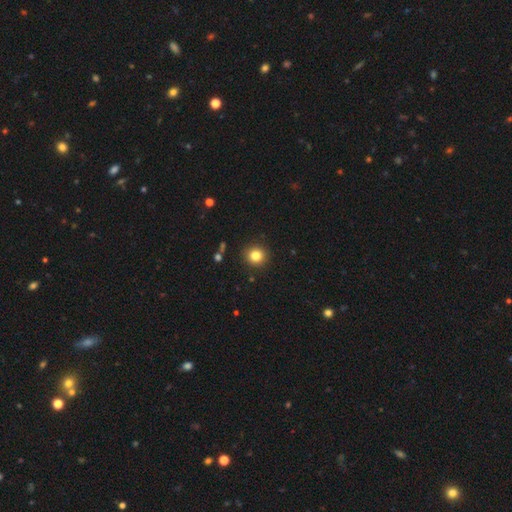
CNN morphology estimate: smooth_or_featured: smooth (p=0.82) [alt: star or artifact p=0.12]
how_rounded: round (p=0.92) [alt: in between p=0.07]
merging: none (p=0.91) [alt: minor disturbance p=0.06]